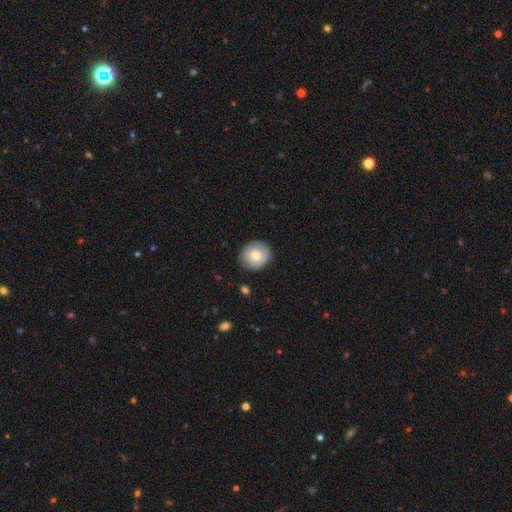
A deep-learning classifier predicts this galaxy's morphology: smooth 73%, featured or disk 19%, star or artifact 8%. Down the decision tree: how rounded — round (90%); merging — none (85%).